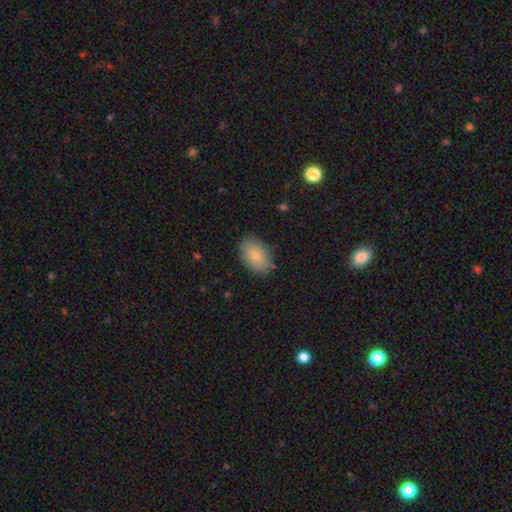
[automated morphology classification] Q: Smooth or featured?
A: smooth (83%); runner-up: featured or disk (10%)
Q: How rounded?
A: in between (89%); runner-up: round (9%)
Q: Merging?
A: none (83%); runner-up: minor disturbance (13%)